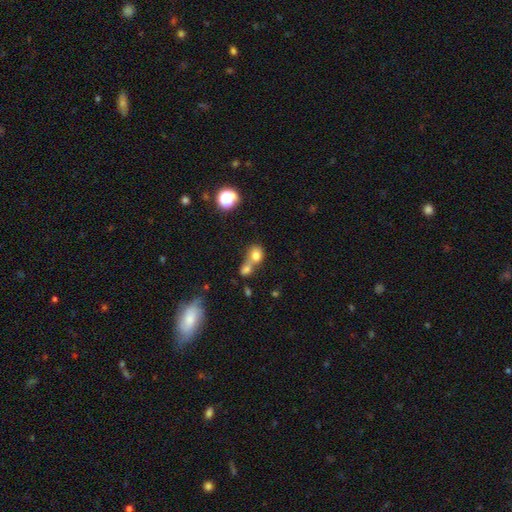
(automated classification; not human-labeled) Smooth or featured? smooth (76%)
How rounded? round (65%)
Merging? merger (62%)